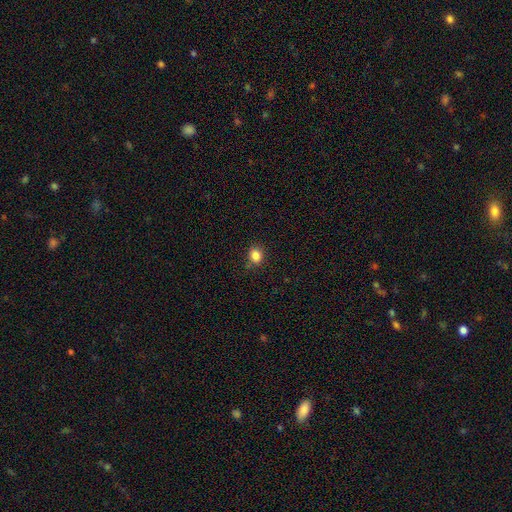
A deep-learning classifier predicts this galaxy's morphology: smooth-or-featured: smooth: 84% | star or artifact: 11% | featured or disk: 5%
  how-rounded: round: 53% | in between: 46% | cigar-shaped: 1%
  merging: none: 81% | minor disturbance: 14% | major disturbance: 3% | merger: 2%